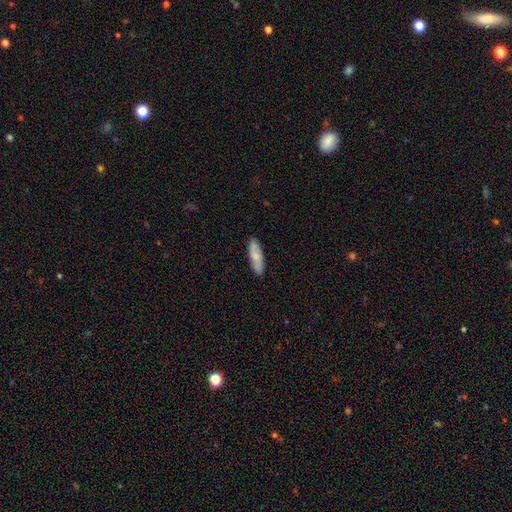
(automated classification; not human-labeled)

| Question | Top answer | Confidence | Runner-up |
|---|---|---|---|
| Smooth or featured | smooth | 72% | featured or disk (23%) |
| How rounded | cigar-shaped | 55% | in between (43%) |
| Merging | none | 88% | minor disturbance (9%) |